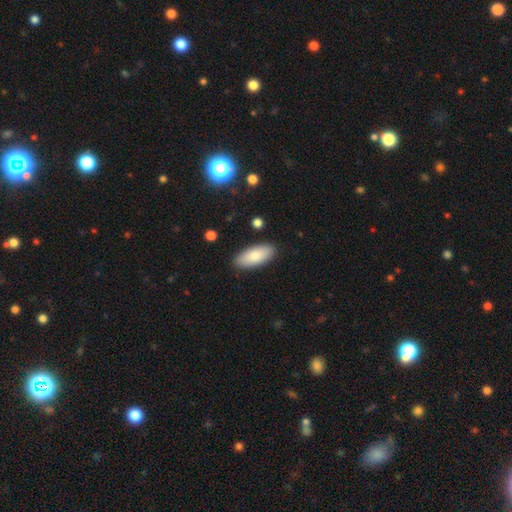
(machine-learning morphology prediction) A smooth galaxy with no disk features (81%) that is in between round and cigar-shaped (84%).

Vote fractions:
- Smooth or featured? smooth: 81% / featured or disk: 13% / star or artifact: 6%
- How rounded? in between: 84% / cigar-shaped: 13% / round: 2%
- Merging? none: 88% / minor disturbance: 9% / major disturbance: 2% / merger: 1%